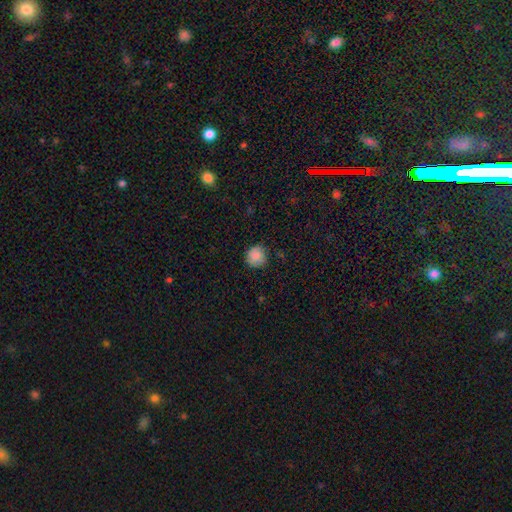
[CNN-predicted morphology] smooth_or_featured: smooth (p=0.87) [alt: star or artifact p=0.09]
how_rounded: round (p=0.92) [alt: in between p=0.07]
merging: none (p=0.81) [alt: minor disturbance p=0.15]